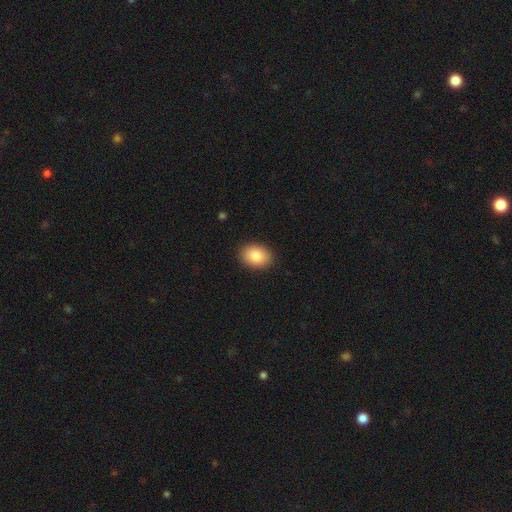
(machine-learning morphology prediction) Smooth or featured?
  - smooth: 86% *
  - star or artifact: 8%
  - featured or disk: 7%
How rounded?
  - in between: 76% *
  - round: 23%
  - cigar-shaped: 1%
Merging?
  - none: 89% *
  - minor disturbance: 8%
  - major disturbance: 2%
  - merger: 1%